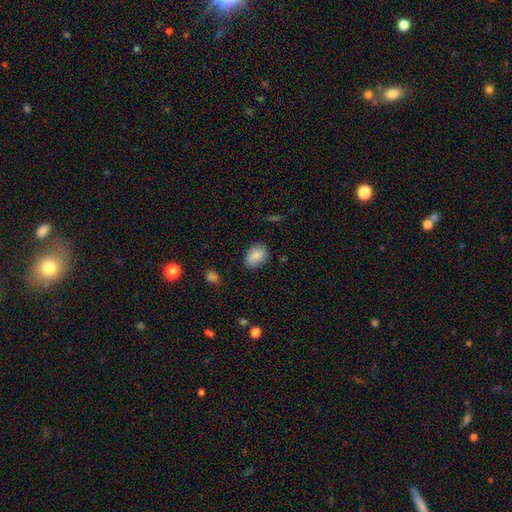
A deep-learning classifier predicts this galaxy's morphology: Overall: smooth (87%). How rounded: in between (81%). Merging: none (82%).